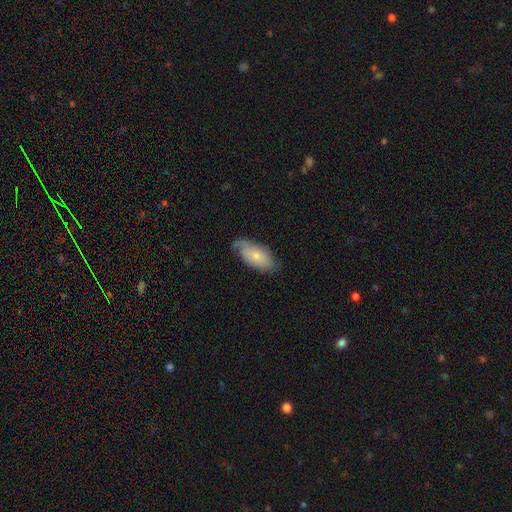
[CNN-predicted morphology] type=smooth (68%); roundness=in between (92%); merging=none (59%).